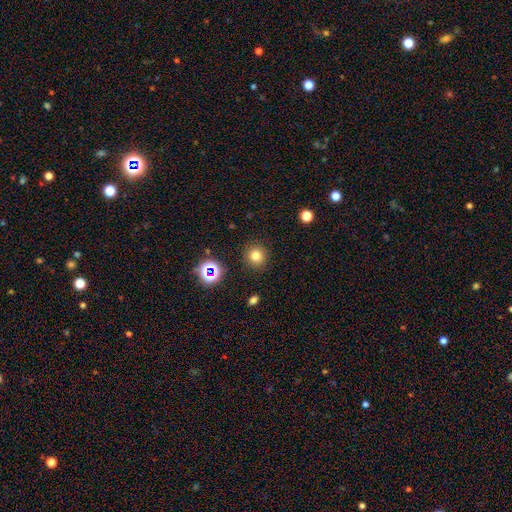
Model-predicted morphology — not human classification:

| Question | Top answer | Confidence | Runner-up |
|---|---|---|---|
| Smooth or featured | smooth | 77% | star or artifact (17%) |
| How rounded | round | 93% | in between (6%) |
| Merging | none | 90% | minor disturbance (6%) |